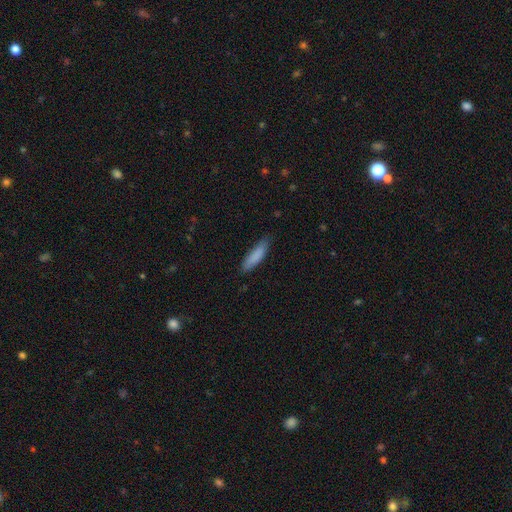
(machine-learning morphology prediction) A smooth galaxy with no disk features (86%) that is cigar-shaped (68%). Merging: none (80%).